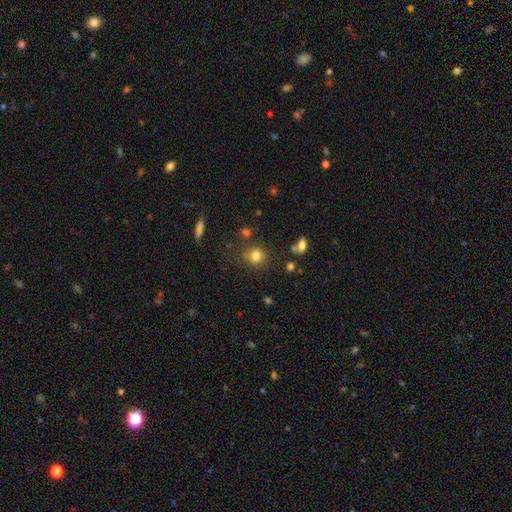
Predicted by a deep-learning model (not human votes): smooth-or-featured: smooth: 78% | star or artifact: 14% | featured or disk: 8%
  how-rounded: round: 78% | in between: 21% | cigar-shaped: 1%
  merging: none: 71% | minor disturbance: 14% | merger: 10% | major disturbance: 5%